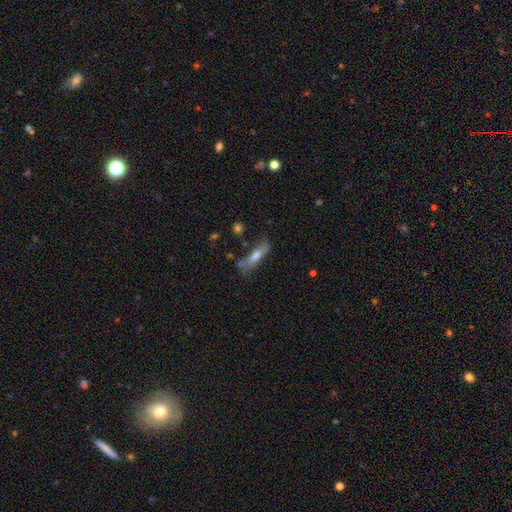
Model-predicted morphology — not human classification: This is possibly a smooth galaxy (55%). How rounded: likely cigar-shaped (67%). Merging: possibly none (59%).